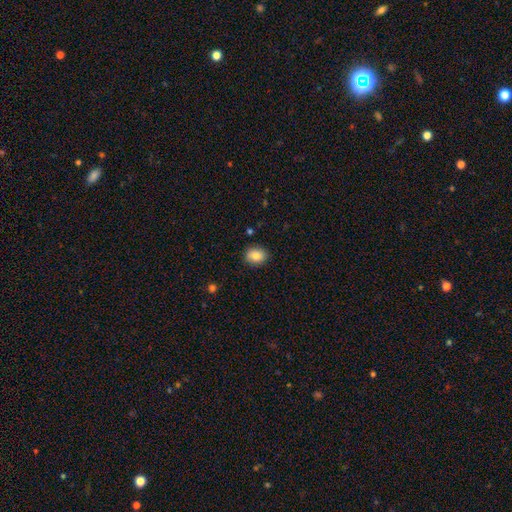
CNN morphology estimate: Smooth or featured?
  - smooth: 86% *
  - star or artifact: 8%
  - featured or disk: 6%
How rounded?
  - in between: 53% *
  - round: 46%
  - cigar-shaped: 1%
Merging?
  - none: 87% *
  - minor disturbance: 9%
  - major disturbance: 2%
  - merger: 1%